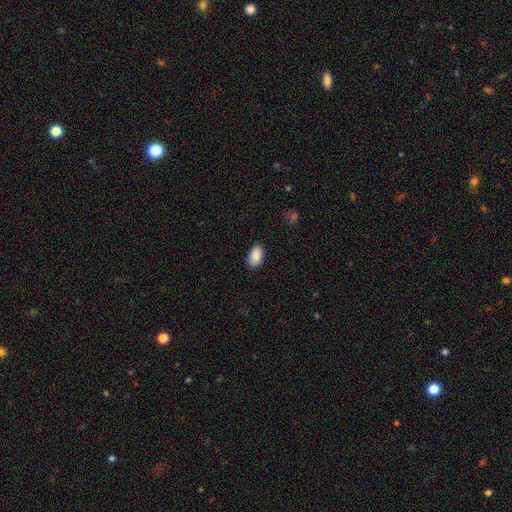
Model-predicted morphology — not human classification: Smooth or featured: smooth — 88% (star or artifact — 7%)
How rounded: in between — 93% (round — 5%)
Merging: none — 88% (minor disturbance — 9%)